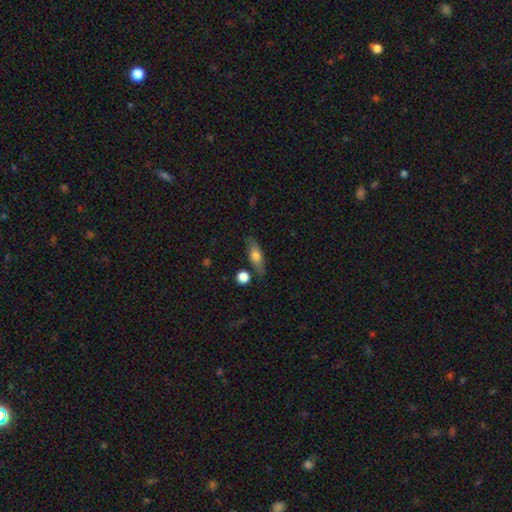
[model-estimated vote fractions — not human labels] smooth_or_featured: smooth (p=0.62) [alt: featured or disk p=0.30]
how_rounded: in between (p=0.58) [alt: cigar-shaped p=0.36]
merging: none (p=0.75) [alt: minor disturbance p=0.15]